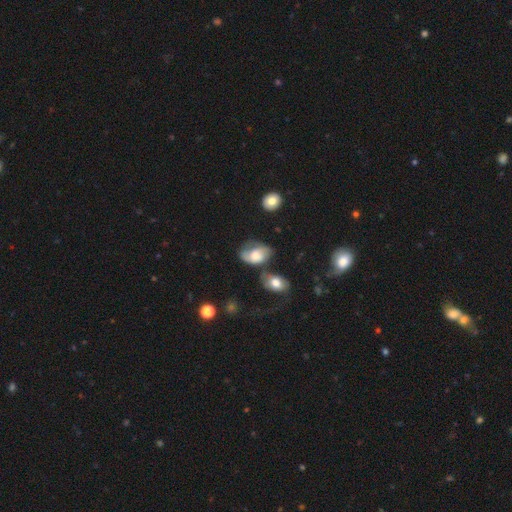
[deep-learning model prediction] The model was most divided on "smooth or featured": smooth: 47%, featured or disk: 45%, star or artifact: 8%. Remaining: merging — none (36%).